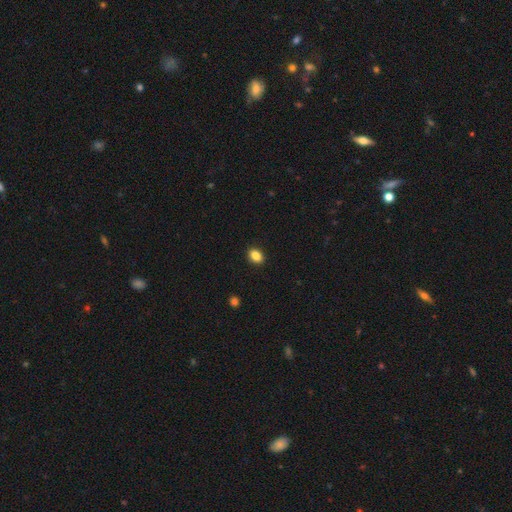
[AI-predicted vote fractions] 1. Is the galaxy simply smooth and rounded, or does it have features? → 87% smooth, 9% star or artifact, 4% featured or disk.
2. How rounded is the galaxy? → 73% in between, 26% round, 1% cigar-shaped.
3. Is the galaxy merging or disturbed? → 91% none, 7% minor disturbance, 2% major disturbance, 1% merger.